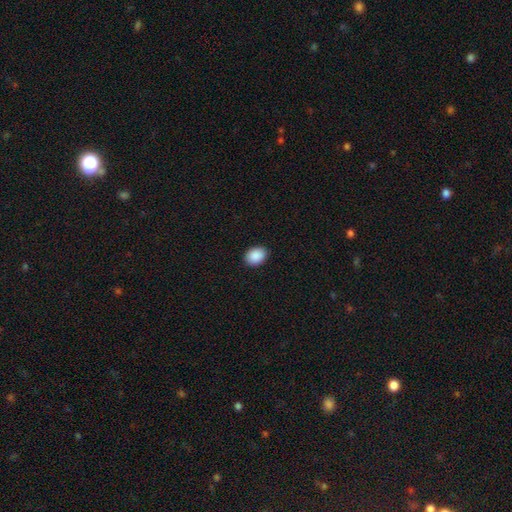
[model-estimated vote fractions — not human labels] A smooth galaxy with no disk features (90%) that is in between round and cigar-shaped (72%). Merging: none (90%).